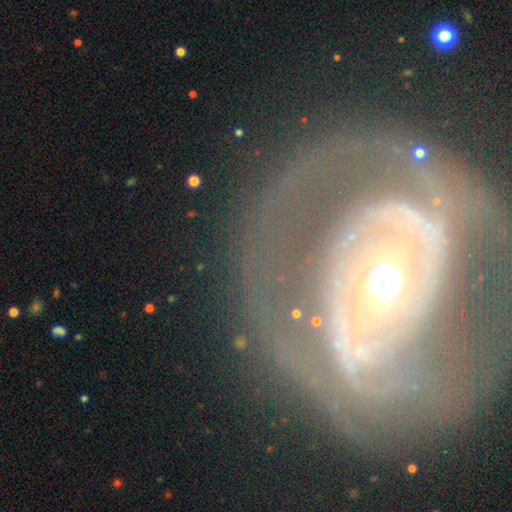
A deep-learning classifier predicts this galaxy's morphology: type=featured or disk (81%); edge-on=no (94%); bar=no (58%); spiral arms=yes (64%); bulge=moderate (64%); merging=none (69%).